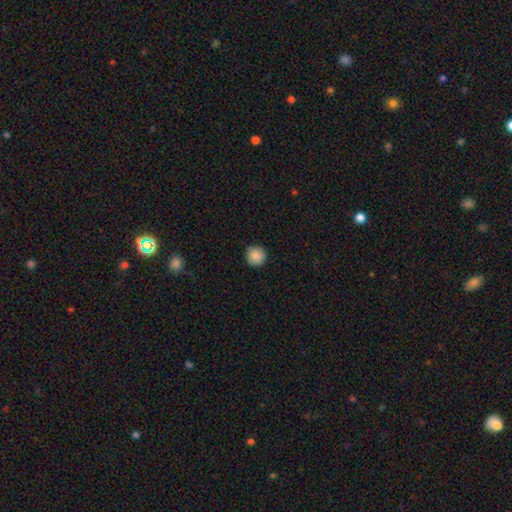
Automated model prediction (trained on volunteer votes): smooth-or-featured: smooth: 87% | star or artifact: 9% | featured or disk: 4%
  how-rounded: round: 94% | in between: 5% | cigar-shaped: 1%
  merging: none: 88% | minor disturbance: 9% | major disturbance: 2% | merger: 1%